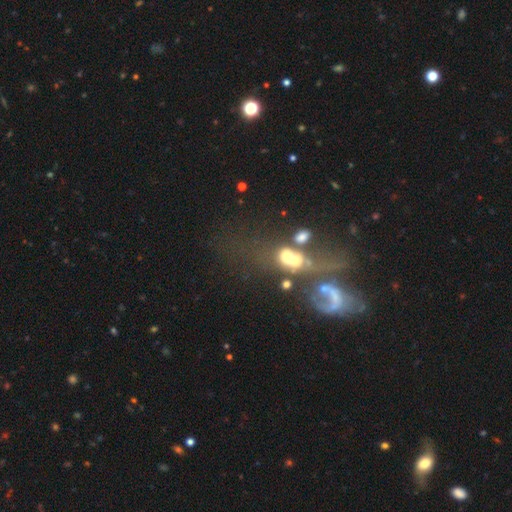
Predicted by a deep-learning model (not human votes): star or artifact 43%, featured or disk 33%, smooth 24%.